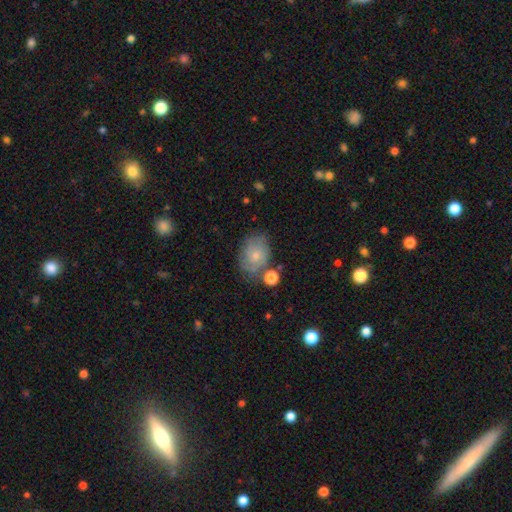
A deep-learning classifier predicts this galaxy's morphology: Q: Smooth or featured?
A: smooth (56%); runner-up: featured or disk (35%)
Q: How rounded?
A: in between (59%); runner-up: round (40%)
Q: Merging?
A: none (62%); runner-up: minor disturbance (23%)